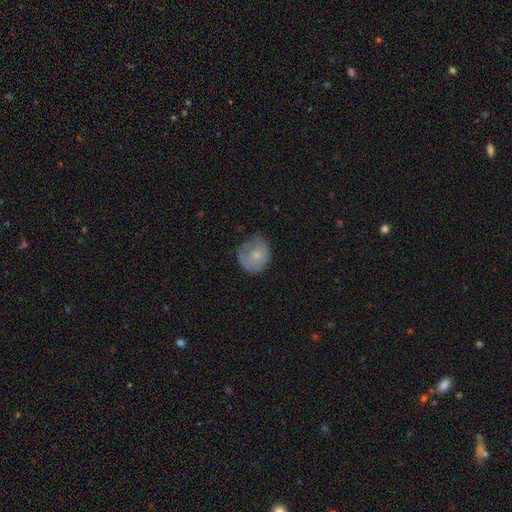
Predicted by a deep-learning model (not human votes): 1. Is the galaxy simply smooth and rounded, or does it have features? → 64% smooth, 28% featured or disk, 8% star or artifact.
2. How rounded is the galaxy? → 71% round, 28% in between, 1% cigar-shaped.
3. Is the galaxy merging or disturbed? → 54% none, 30% minor disturbance, 14% major disturbance, 1% merger.